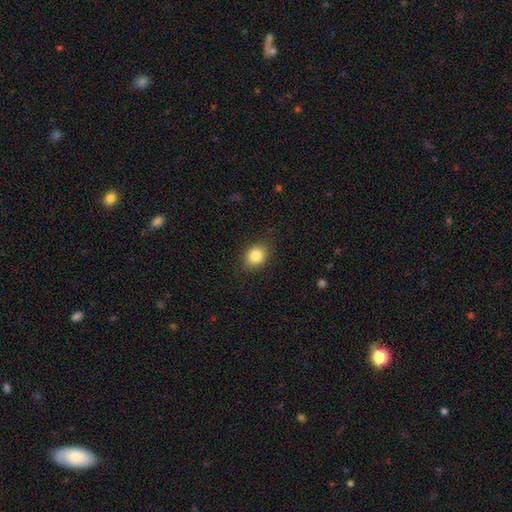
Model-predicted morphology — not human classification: Smooth or featured? smooth (84%)
How rounded? round (53%)
Merging? none (86%)